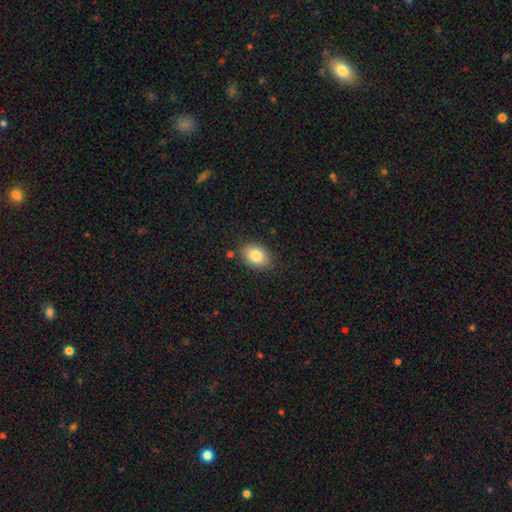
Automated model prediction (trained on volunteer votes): Q: Smooth or featured?
A: smooth (83%); runner-up: featured or disk (9%)
Q: How rounded?
A: in between (73%); runner-up: round (26%)
Q: Merging?
A: none (84%); runner-up: minor disturbance (11%)